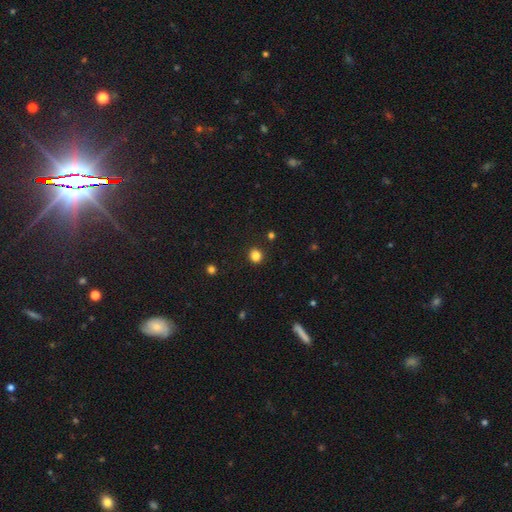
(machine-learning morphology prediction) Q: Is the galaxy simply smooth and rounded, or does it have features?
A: smooth — 84%.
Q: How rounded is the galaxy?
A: round — 84%.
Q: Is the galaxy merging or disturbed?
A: none — 89%.